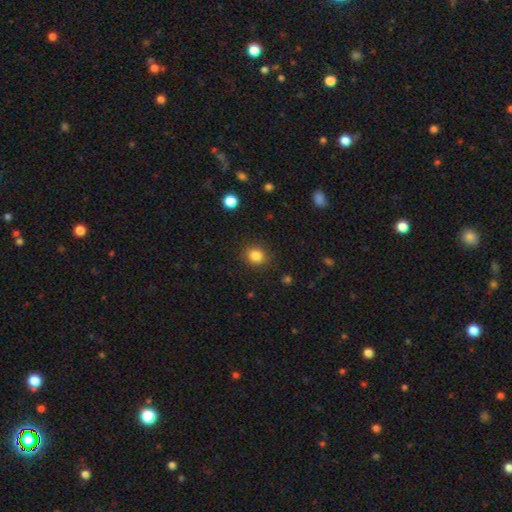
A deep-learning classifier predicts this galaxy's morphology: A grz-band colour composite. It shows a smooth galaxy with no disk features (84%) that is round (81%). Merging: none (88%).